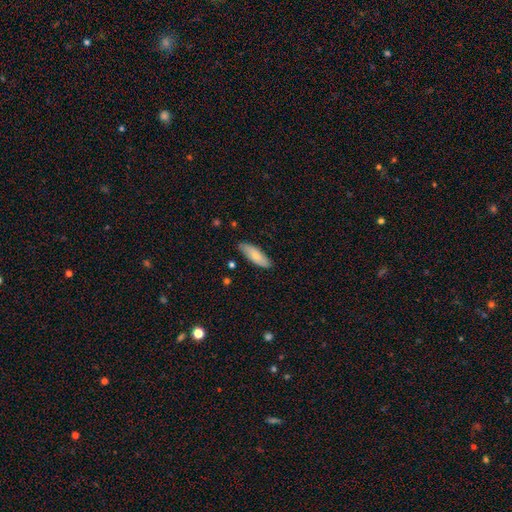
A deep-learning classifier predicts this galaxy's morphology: smooth 78%, featured or disk 17%, star or artifact 6%. Down the decision tree: how rounded — in between (61%); merging — none (85%).